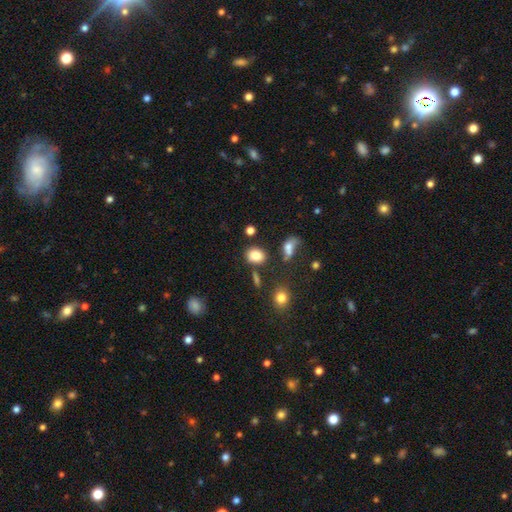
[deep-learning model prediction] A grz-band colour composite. It shows a smooth galaxy with no disk features (82%) that is in between round and cigar-shaped (53%). Merging: none (74%).